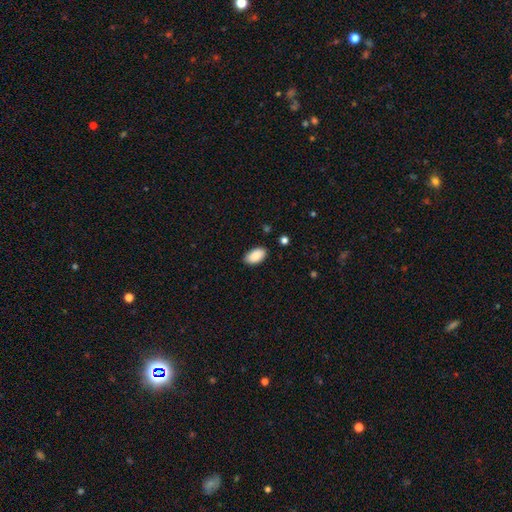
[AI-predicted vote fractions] Overall: smooth (88%). How rounded: in between (95%). Merging: none (86%).